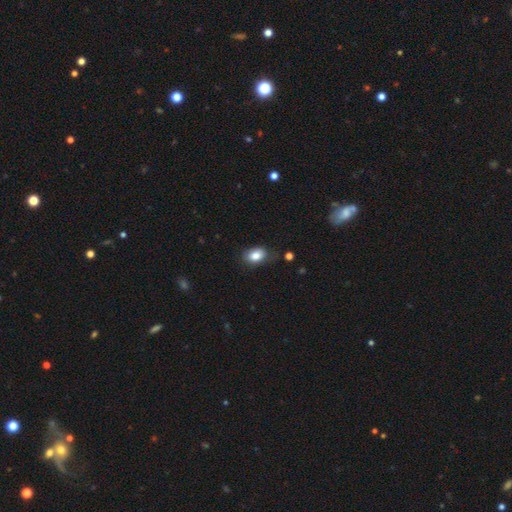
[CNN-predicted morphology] smooth_or_featured: smooth (p=0.83) [alt: featured or disk p=0.09]
how_rounded: in between (p=0.80) [alt: round p=0.19]
merging: none (p=0.70) [alt: minor disturbance p=0.23]